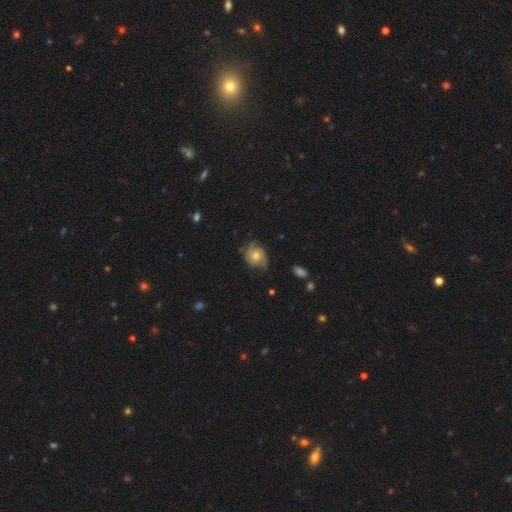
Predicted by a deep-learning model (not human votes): Morphology: type=featured or disk (58%); edge-on=no (97%); bar=no (79%); spiral arms=yes (89%); bulge=moderate (64%); merging=none (65%).